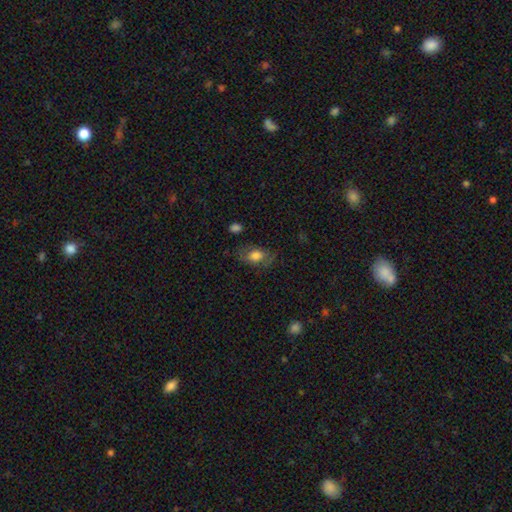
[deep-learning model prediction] Smooth or featured?
  - smooth: 70% *
  - featured or disk: 21%
  - star or artifact: 9%
How rounded?
  - in between: 82% *
  - round: 15%
  - cigar-shaped: 3%
Merging?
  - none: 66% *
  - minor disturbance: 22%
  - major disturbance: 10%
  - merger: 2%